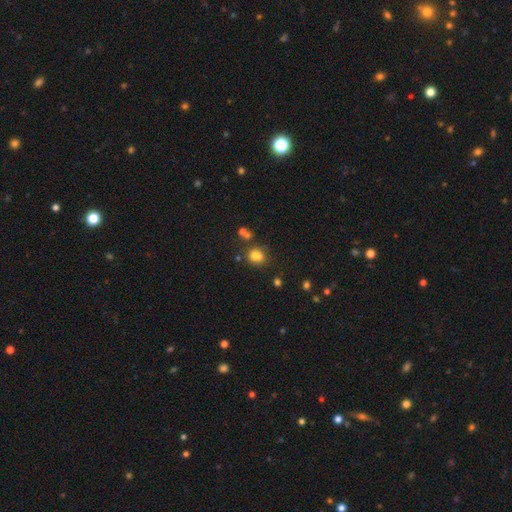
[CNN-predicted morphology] Smooth or featured: smooth — 77% (star or artifact — 15%)
How rounded: round — 53% (in between — 46%)
Merging: none — 63% (merger — 17%)